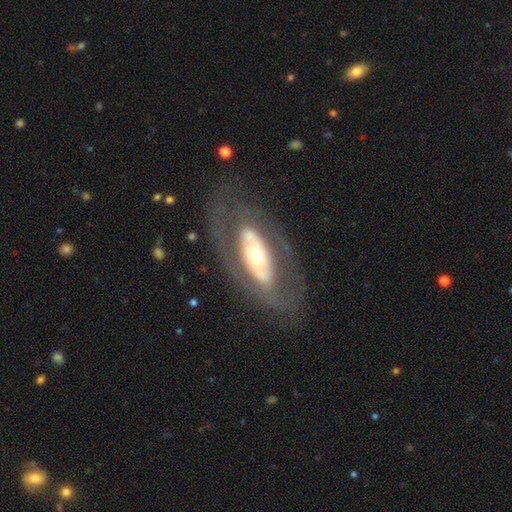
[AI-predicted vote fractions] A featured or disk galaxy (72%) with no bar (67%), no spiral arms (65%) and a moderate central bulge (53%).

Vote fractions:
- Smooth or featured? featured or disk: 72% / smooth: 23% / star or artifact: 6%
- Edge-on disk? no: 87% / yes: 13%
- Bar? no: 67% / strong: 18% / weak: 15%
- Spiral arms? no: 65% / yes: 35%
- Bulge size? moderate: 53% / small: 31% / large: 12% / dominant: 2% / none: 1%
- Merging? none: 72% / minor disturbance: 13% / major disturbance: 13% / merger: 2%